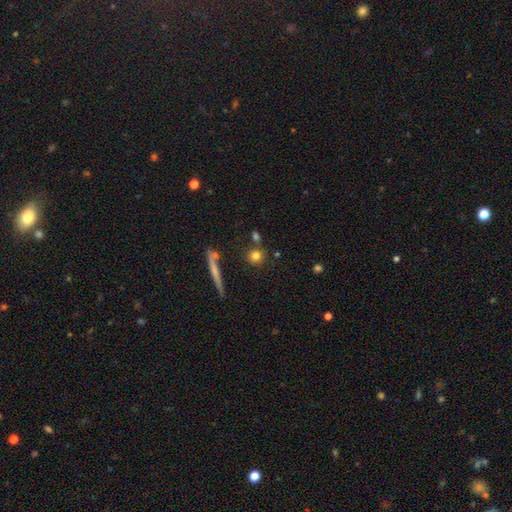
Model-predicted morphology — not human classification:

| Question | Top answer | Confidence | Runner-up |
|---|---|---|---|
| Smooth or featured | smooth | 76% | featured or disk (12%) |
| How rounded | round | 86% | in between (8%) |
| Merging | none | 76% | merger (12%) |